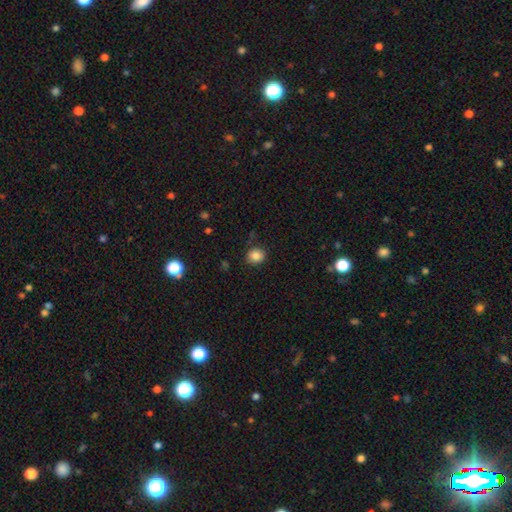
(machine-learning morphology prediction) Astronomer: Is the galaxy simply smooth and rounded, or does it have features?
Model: smooth — 85%.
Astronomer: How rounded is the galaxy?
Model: round — 74%.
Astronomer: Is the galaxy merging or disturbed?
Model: none — 86%.